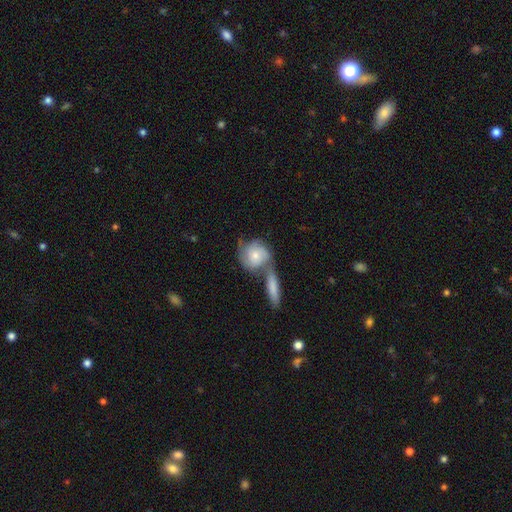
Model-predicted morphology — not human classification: Smooth or featured?
  - featured or disk: 50% *
  - smooth: 44%
  - star or artifact: 6%
Edge-on disk?
  - no: 94% *
  - yes: 6%
Merging?
  - merger: 50% *
  - none: 32%
  - minor disturbance: 12%
  - major disturbance: 7%